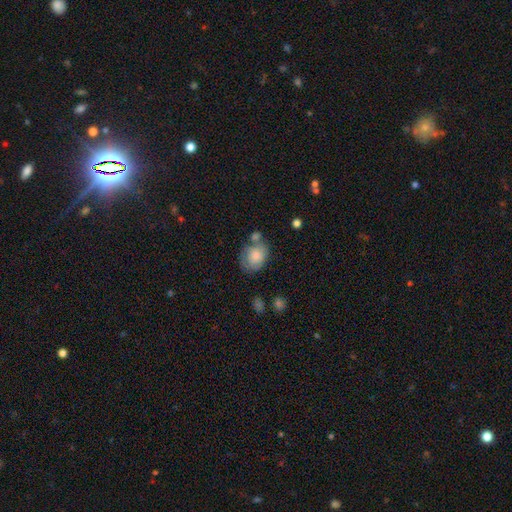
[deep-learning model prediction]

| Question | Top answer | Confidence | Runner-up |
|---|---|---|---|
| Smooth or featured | smooth | 75% | featured or disk (18%) |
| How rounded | in between | 58% | round (41%) |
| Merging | none | 48% | minor disturbance (24%) |